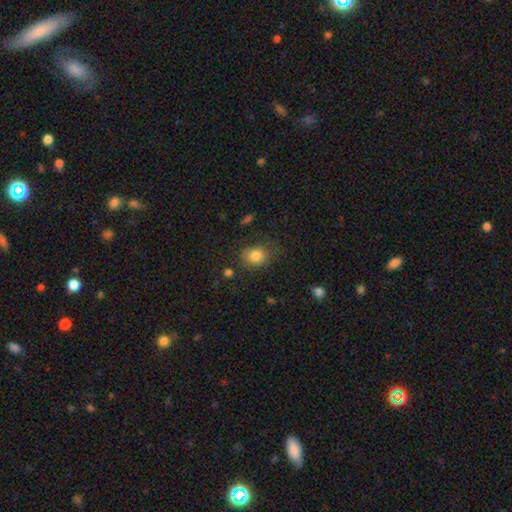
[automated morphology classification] A smooth galaxy with no disk features (83%) that is in between round and cigar-shaped (55%). Merging: none (71%).